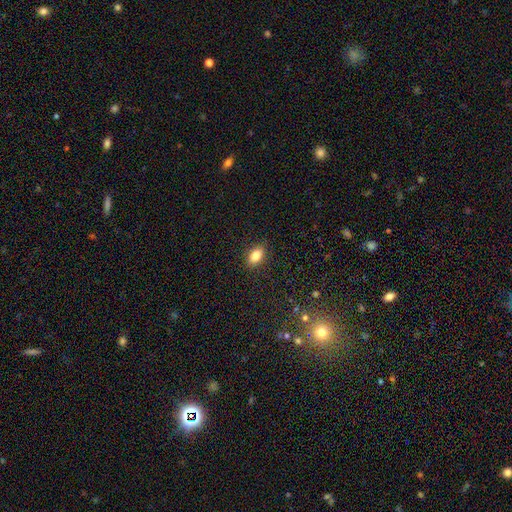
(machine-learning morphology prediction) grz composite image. It shows a smooth galaxy with no disk features (84%) that is in between round and cigar-shaped (88%). Merging: none (89%).